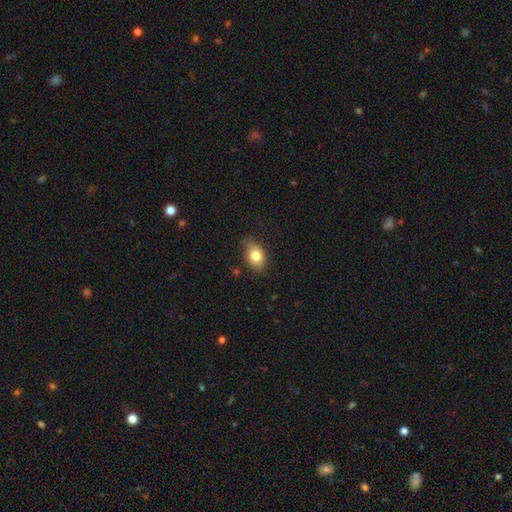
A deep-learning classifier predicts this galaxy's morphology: smooth-or-featured: smooth: 79% | featured or disk: 12% | star or artifact: 9%
  how-rounded: in between: 77% | round: 21% | cigar-shaped: 2%
  merging: none: 70% | minor disturbance: 24% | major disturbance: 4% | merger: 2%